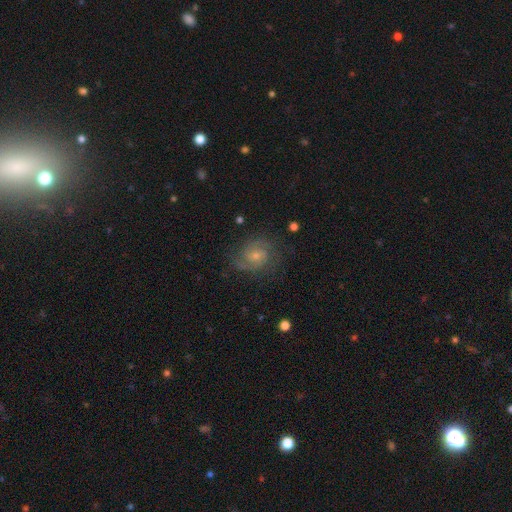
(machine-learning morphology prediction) featured or disk 72%, smooth 16%, star or artifact 12%. Down the decision tree: edge-on disk — no (97%); bar — no (63%); spiral arms — yes (94%); spiral arm count — 2 (61%); spiral winding — medium (44%); bulge size — small (58%); merging — none (75%).